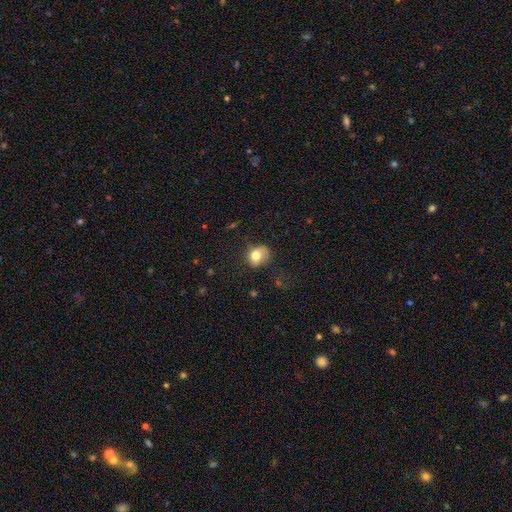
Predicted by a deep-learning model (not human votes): This is likely a smooth galaxy (75%). How rounded: possibly round (57%). Merging: possibly none (52%).